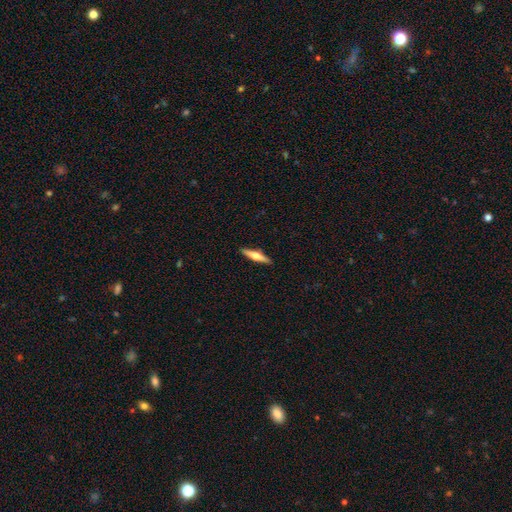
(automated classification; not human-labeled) Smooth or featured? Predicted: featured or disk (p=0.53). Edge-on disk? Predicted: yes (p=0.96). Edge-on bulge? Predicted: rounded (p=0.90). Merging? Predicted: none (p=0.90).